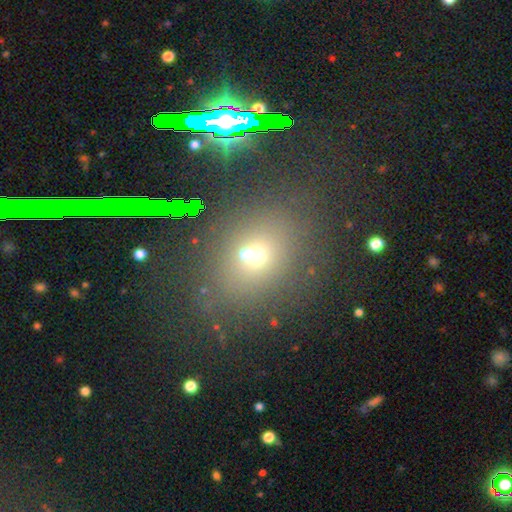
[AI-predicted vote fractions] A smooth galaxy with no disk features (54%) that is round (53%).

Vote fractions:
- Smooth or featured? smooth: 54% / star or artifact: 34% / featured or disk: 13%
- How rounded? round: 53% / in between: 45% / cigar-shaped: 2%
- Merging? none: 68% / merger: 16% / minor disturbance: 11% / major disturbance: 6%